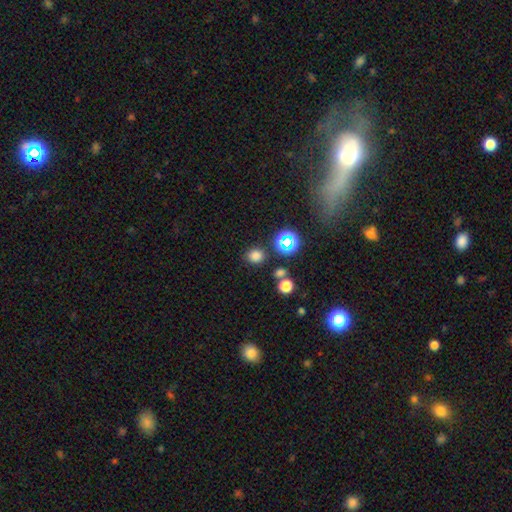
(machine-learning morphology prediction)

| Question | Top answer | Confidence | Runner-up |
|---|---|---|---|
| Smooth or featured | smooth | 74% | star or artifact (21%) |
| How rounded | round | 79% | in between (20%) |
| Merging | none | 81% | minor disturbance (10%) |